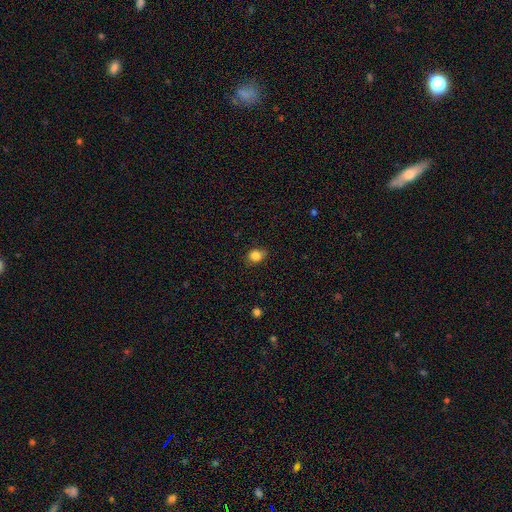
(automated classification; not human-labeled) The model was most divided on "how rounded": round: 56%, in between: 43%, cigar-shaped: 1%. More confident: smooth or featured — smooth (84%); merging — none (78%).